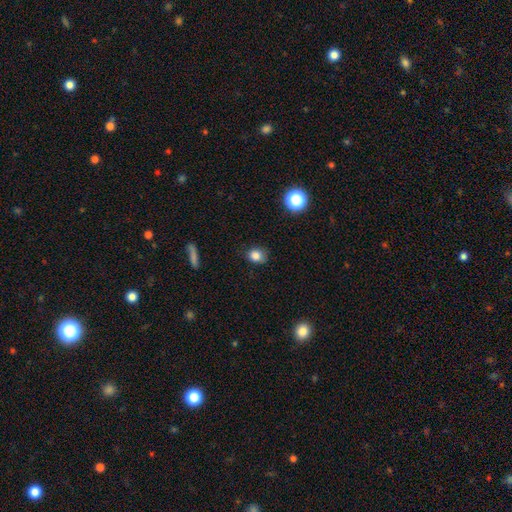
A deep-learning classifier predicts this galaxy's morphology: Smooth or featured? smooth (82%)
How rounded? round (64%)
Merging? none (79%)